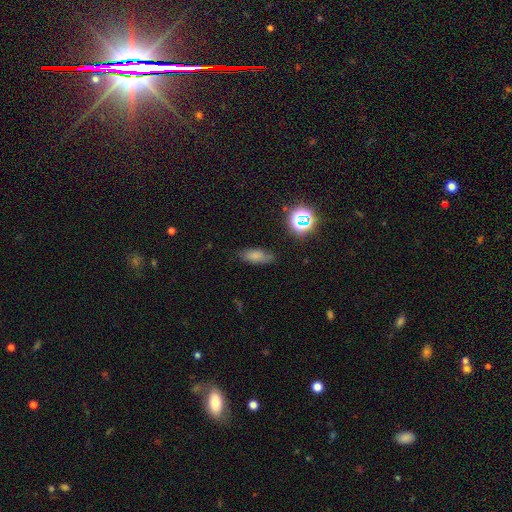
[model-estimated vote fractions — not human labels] Smooth or featured: smooth — 72% (star or artifact — 16%)
How rounded: in between — 75% (cigar-shaped — 20%)
Merging: none — 73% (minor disturbance — 20%)